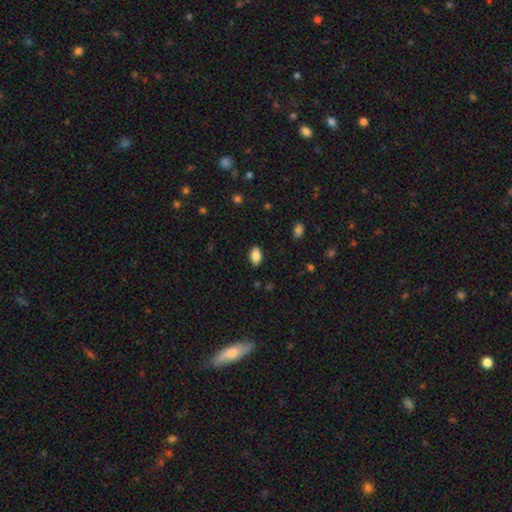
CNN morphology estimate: A smooth galaxy with no disk features (86%) that is in between round and cigar-shaped (91%). Merging: none (87%).